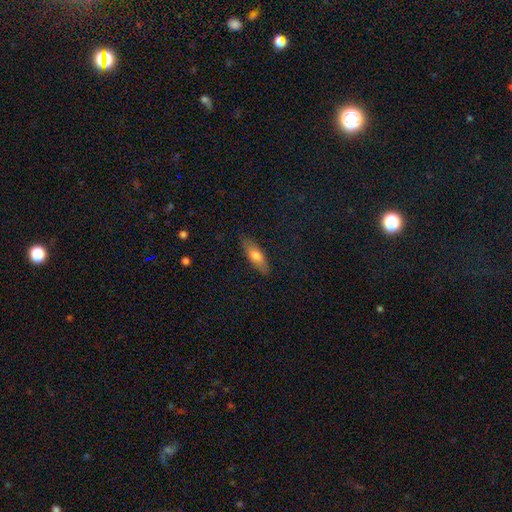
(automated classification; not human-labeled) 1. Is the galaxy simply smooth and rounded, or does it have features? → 69% smooth, 25% featured or disk, 6% star or artifact.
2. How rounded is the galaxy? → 56% in between, 41% cigar-shaped, 3% round.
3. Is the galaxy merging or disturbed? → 84% none, 12% minor disturbance, 3% major disturbance, 1% merger.